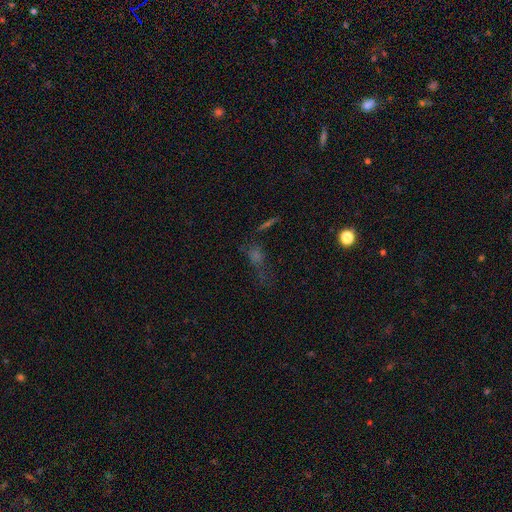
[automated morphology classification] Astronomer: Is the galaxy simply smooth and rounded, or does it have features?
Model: smooth — 40% (runner-up: star or artifact, 38%).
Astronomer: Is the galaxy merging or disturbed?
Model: none — 49%.